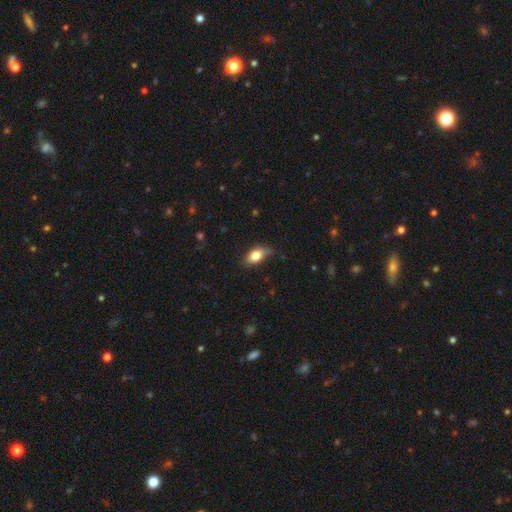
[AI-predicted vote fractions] Morphology: type=smooth (72%); roundness=in between (82%); merging=none (65%).